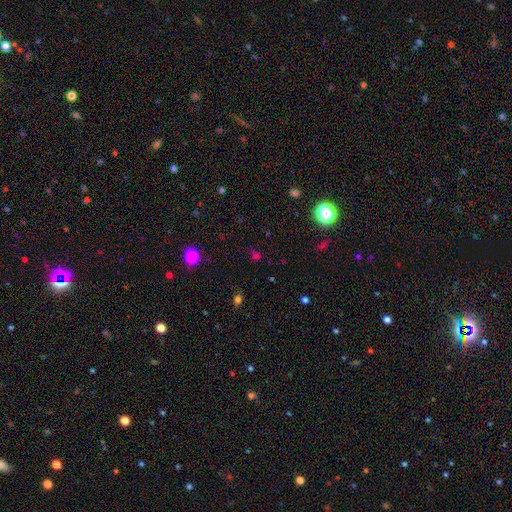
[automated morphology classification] A star or artifact, not a galaxy (52%).

Vote fractions:
- Smooth or featured? star or artifact: 52% / smooth: 40% / featured or disk: 8%